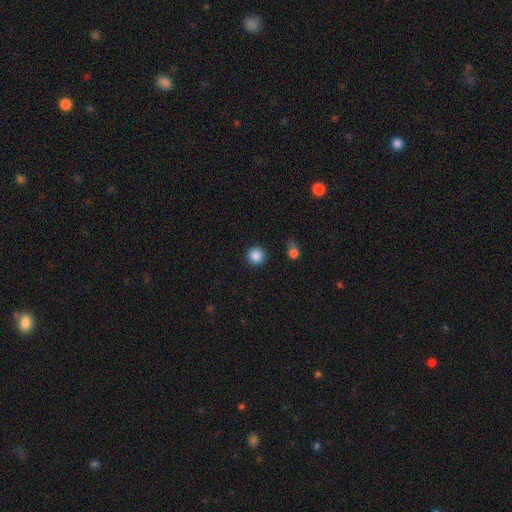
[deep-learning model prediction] The model was most divided on "smooth or featured": smooth: 87%, star or artifact: 10%, featured or disk: 3%. More confident: how rounded — round (95%); merging — none (89%).